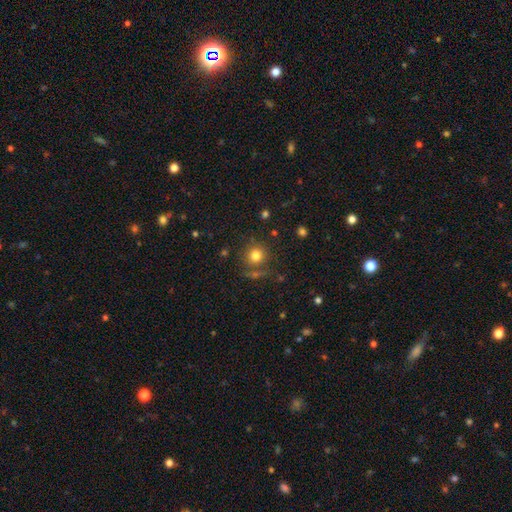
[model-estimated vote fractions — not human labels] A smooth galaxy with no disk features (79%) that is round (92%).

Vote fractions:
- Smooth or featured? smooth: 79% / star or artifact: 13% / featured or disk: 8%
- How rounded? round: 92% / in between: 7% / cigar-shaped: 1%
- Merging? none: 78% / minor disturbance: 10% / merger: 8% / major disturbance: 4%